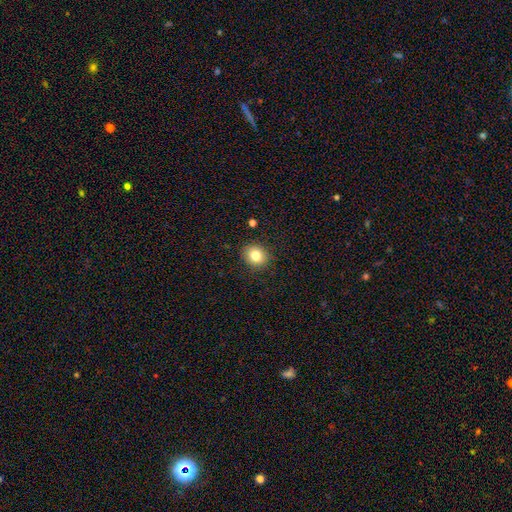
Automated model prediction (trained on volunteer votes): This appears to be a smooth galaxy with no disk features (81%) that is round (75%). Merging: none (89%).